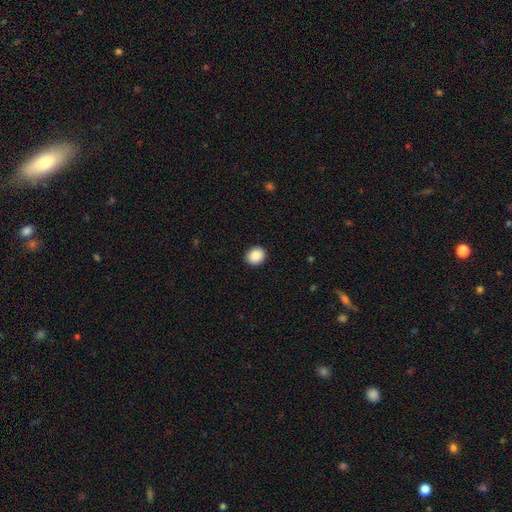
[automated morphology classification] smooth 89%, star or artifact 8%, featured or disk 3%. Down the decision tree: how rounded — round (70%); merging — none (91%).